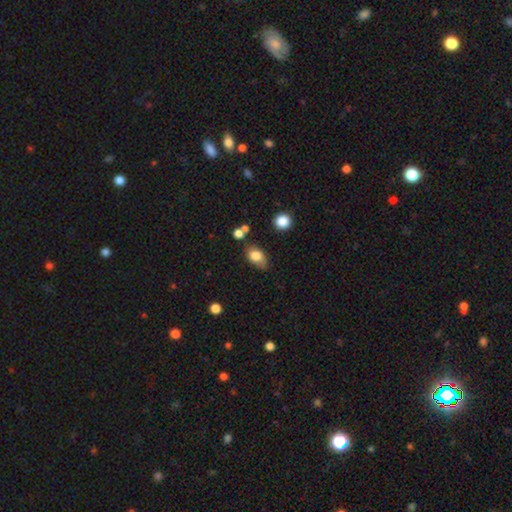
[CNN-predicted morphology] Smooth or featured: smooth — 81% (featured or disk — 10%)
How rounded: in between — 80% (round — 18%)
Merging: none — 62% (minor disturbance — 25%)